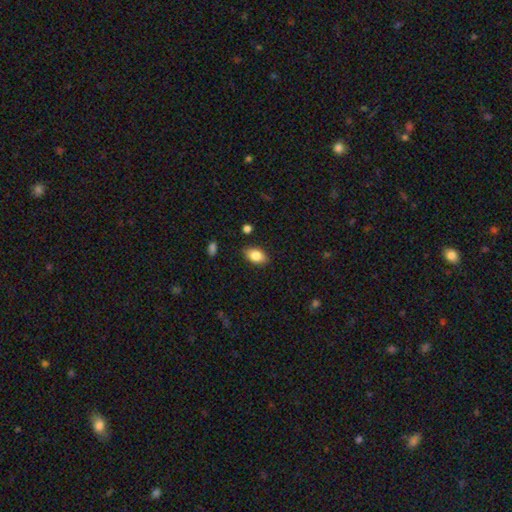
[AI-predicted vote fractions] Overall: smooth (83%). How rounded: in between (89%). Merging: none (86%).